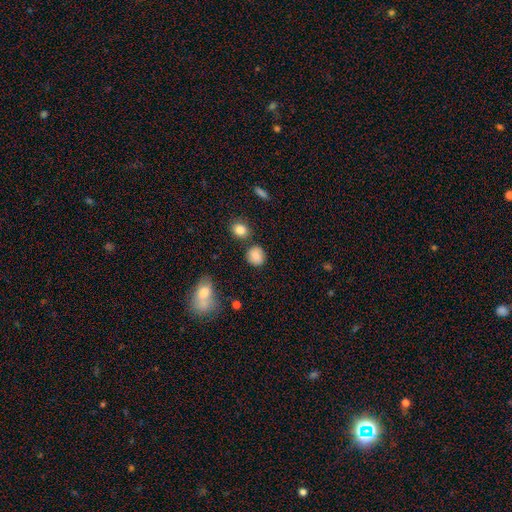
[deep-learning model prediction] Smooth or featured: smooth — 85% (star or artifact — 9%)
How rounded: round — 80% (in between — 19%)
Merging: none — 81% (minor disturbance — 11%)